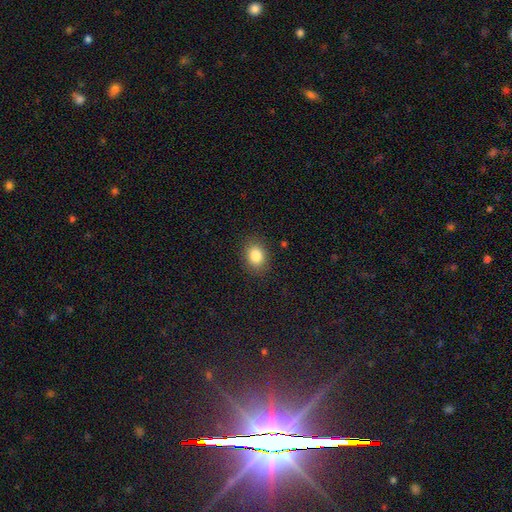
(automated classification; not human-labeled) Morphology: type=smooth (84%); roundness=in between (51%); merging=none (87%).